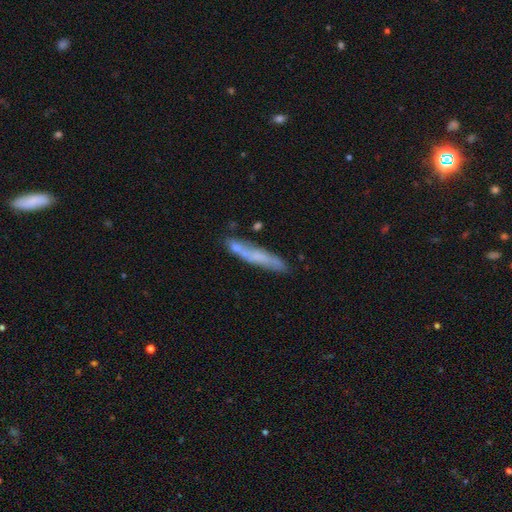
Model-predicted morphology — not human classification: Smooth or featured: smooth — 49% (featured or disk — 43%)
Merging: none — 68% (minor disturbance — 19%)